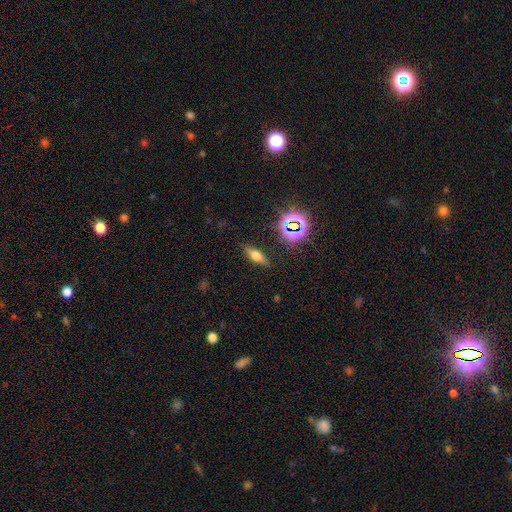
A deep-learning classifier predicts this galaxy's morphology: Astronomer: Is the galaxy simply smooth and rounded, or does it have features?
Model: smooth — 51% (runner-up: featured or disk, 32%).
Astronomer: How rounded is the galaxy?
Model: in between — 56% (runner-up: cigar-shaped, 37%).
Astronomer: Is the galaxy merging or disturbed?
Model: none — 85%.